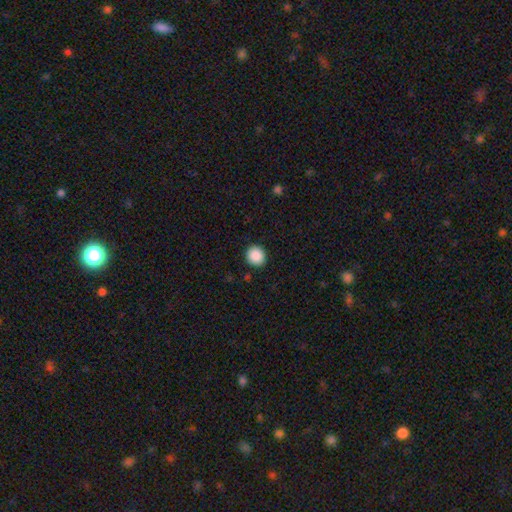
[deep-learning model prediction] Smooth or featured? Predicted: smooth (p=0.89). How rounded? Predicted: round (p=0.90). Merging? Predicted: none (p=0.91).